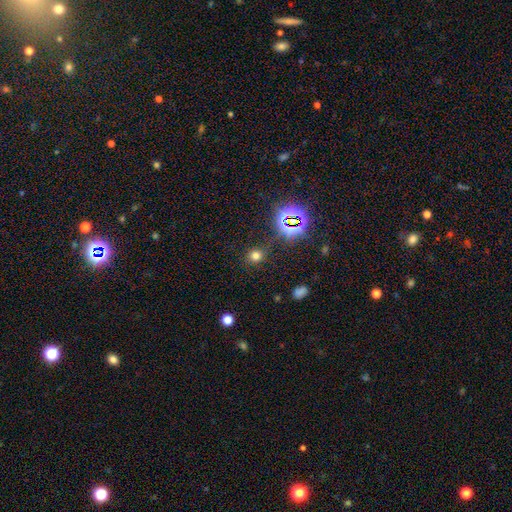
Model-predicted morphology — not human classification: Smooth or featured? Predicted: smooth (p=0.66). How rounded? Predicted: round (p=0.84). Merging? Predicted: none (p=0.84).